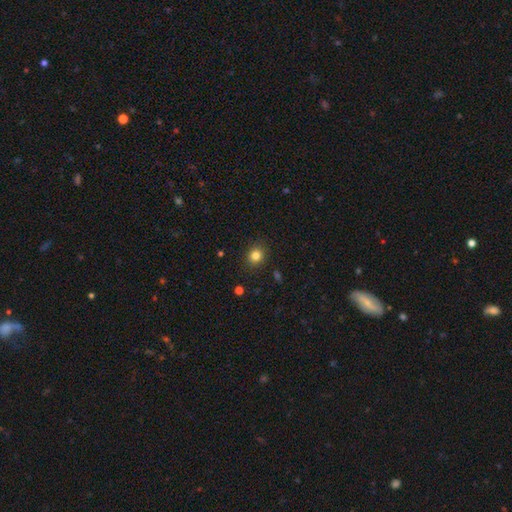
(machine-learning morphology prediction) A smooth galaxy with no disk features (82%) that is round (72%).

Vote fractions:
- Smooth or featured? smooth: 82% / star or artifact: 12% / featured or disk: 6%
- How rounded? round: 72% / in between: 27% / cigar-shaped: 1%
- Merging? none: 89% / minor disturbance: 8% / major disturbance: 2% / merger: 1%